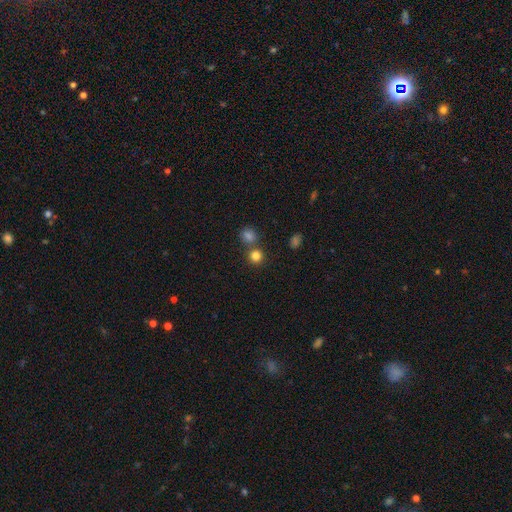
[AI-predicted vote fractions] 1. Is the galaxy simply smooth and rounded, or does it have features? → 81% smooth, 14% star or artifact, 5% featured or disk.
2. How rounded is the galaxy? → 90% round, 9% in between, 1% cigar-shaped.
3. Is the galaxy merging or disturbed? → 69% none, 21% merger, 7% minor disturbance, 3% major disturbance.